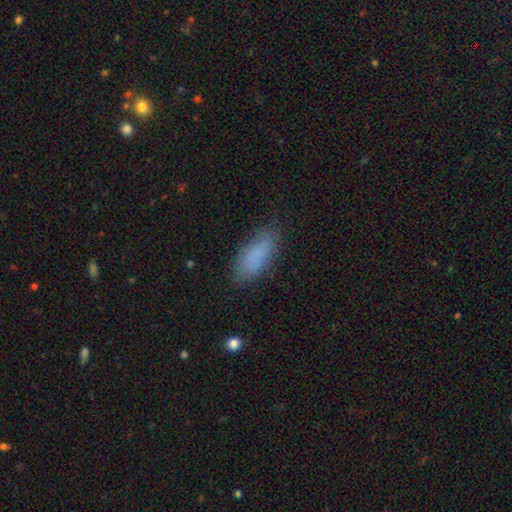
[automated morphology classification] This appears to be a smooth galaxy with no disk features (85%) that is in between round and cigar-shaped (77%). Merging: none (82%).